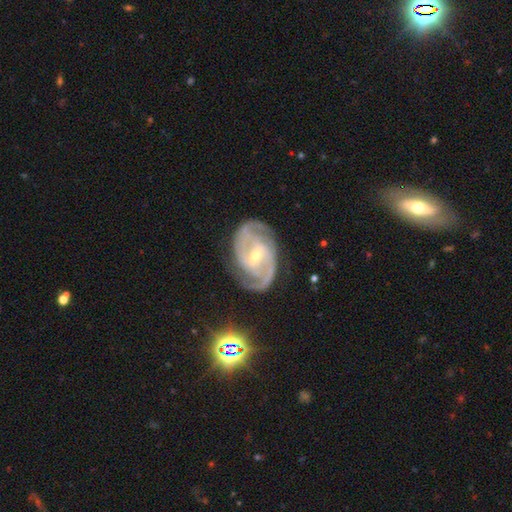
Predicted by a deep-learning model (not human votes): smooth-or-featured: featured or disk: 92% | star or artifact: 5% | smooth: 3%
  disk-edge-on: no: 97% | yes: 3%
    bar: weak: 46% | strong: 33% | no: 21%
    has-spiral-arms: yes: 98% | no: 2%
      spiral-winding: medium: 48% | tight: 43% | loose: 9%
      spiral-arm-count: 2: 74% | 3: 13% | can't tell: 5% | 4: 3% | 1: 2% | more than 4: 2%
    bulge-size: small: 54% | moderate: 43% | large: 1% | none: 1% | dominant: 1%
  merging: none: 79% | minor disturbance: 15% | major disturbance: 5% | merger: 2%